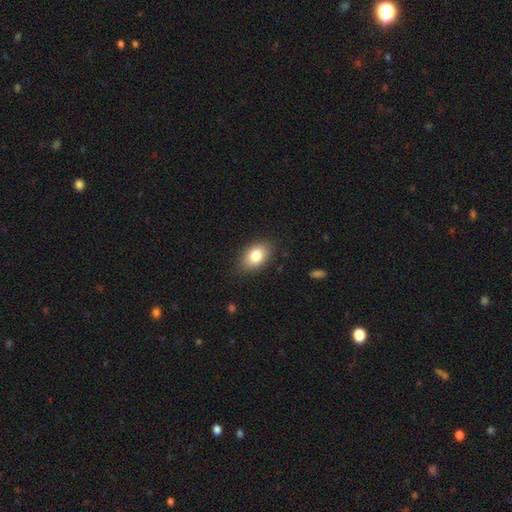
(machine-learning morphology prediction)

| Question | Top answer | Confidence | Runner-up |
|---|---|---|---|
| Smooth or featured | smooth | 81% | featured or disk (11%) |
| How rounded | in between | 86% | round (12%) |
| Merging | none | 84% | minor disturbance (12%) |